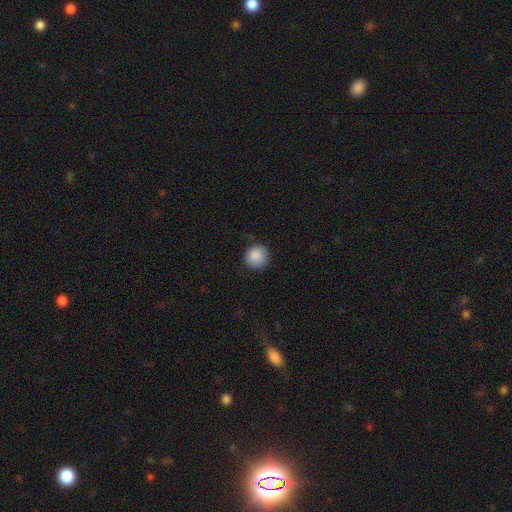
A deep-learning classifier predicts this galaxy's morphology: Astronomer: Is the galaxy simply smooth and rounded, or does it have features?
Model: smooth — 88%.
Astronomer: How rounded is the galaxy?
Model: round — 92%.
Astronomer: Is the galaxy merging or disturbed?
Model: none — 85%.